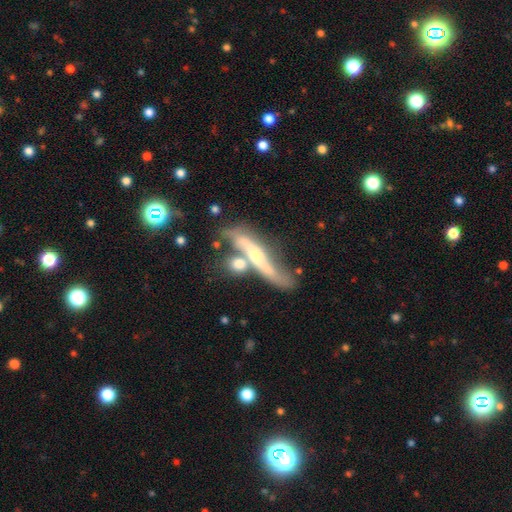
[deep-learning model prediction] featured or disk 69%, smooth 23%, star or artifact 8%. Down the decision tree: edge-on disk — yes (54%); merging — none (37%).